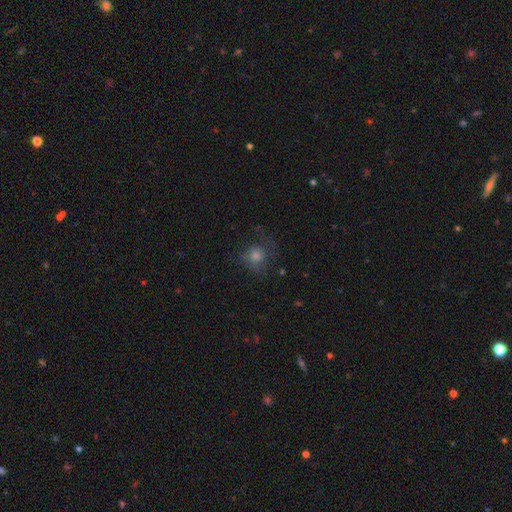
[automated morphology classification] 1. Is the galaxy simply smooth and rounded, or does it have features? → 55% smooth, 26% featured or disk, 19% star or artifact.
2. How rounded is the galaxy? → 84% round, 15% in between, 1% cigar-shaped.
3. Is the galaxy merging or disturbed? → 62% none, 19% minor disturbance, 18% major disturbance, 2% merger.